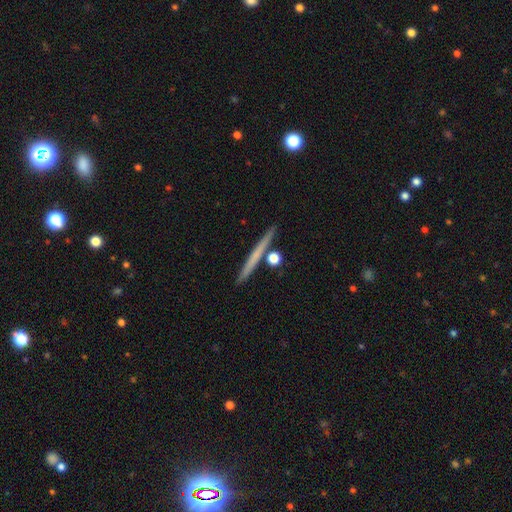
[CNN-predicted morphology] Smooth or featured? smooth (49%)
Merging? none (87%)